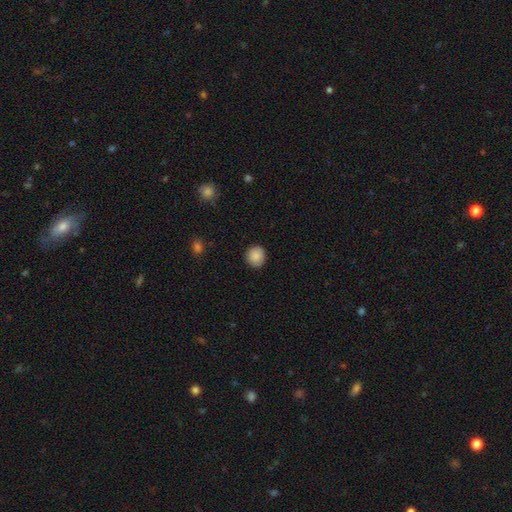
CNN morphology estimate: Overall: smooth (88%). How rounded: round (87%). Merging: none (90%).